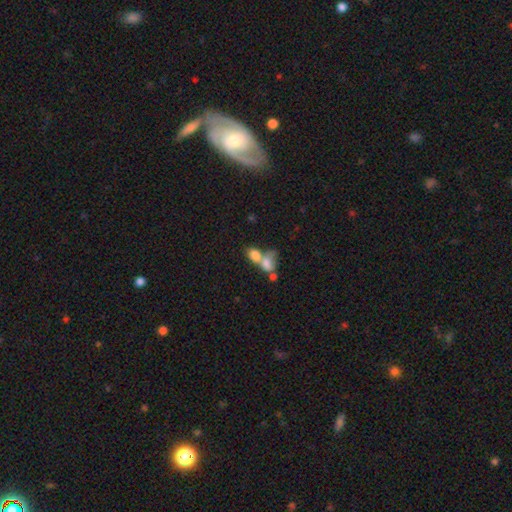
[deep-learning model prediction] A smooth galaxy with no disk features (74%) that is in between round and cigar-shaped (73%).

Vote fractions:
- Smooth or featured? smooth: 74% / featured or disk: 17% / star or artifact: 9%
- How rounded? in between: 73% / round: 25% / cigar-shaped: 3%
- Merging? merger: 73% / none: 15% / minor disturbance: 6% / major disturbance: 6%